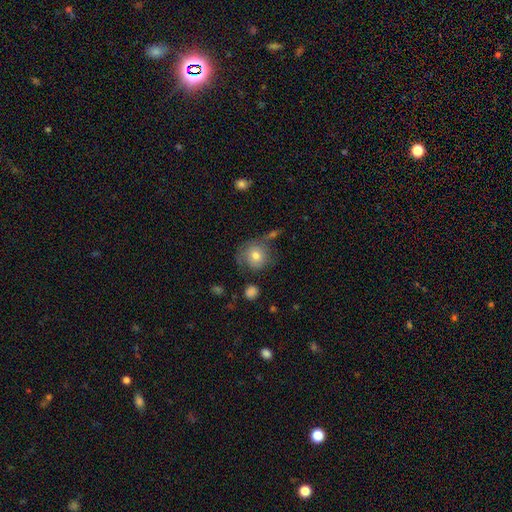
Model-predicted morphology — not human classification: Smooth or featured: smooth — 73% (featured or disk — 18%)
How rounded: round — 87% (in between — 12%)
Merging: none — 54% (minor disturbance — 24%)